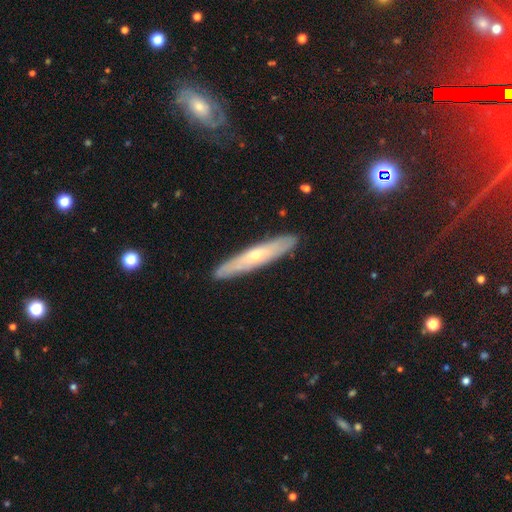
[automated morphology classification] smooth-or-featured: featured or disk: 56% | smooth: 37% | star or artifact: 6%
  disk-edge-on: yes: 76% | no: 24%
  merging: none: 90% | minor disturbance: 8% | major disturbance: 1% | merger: 1%